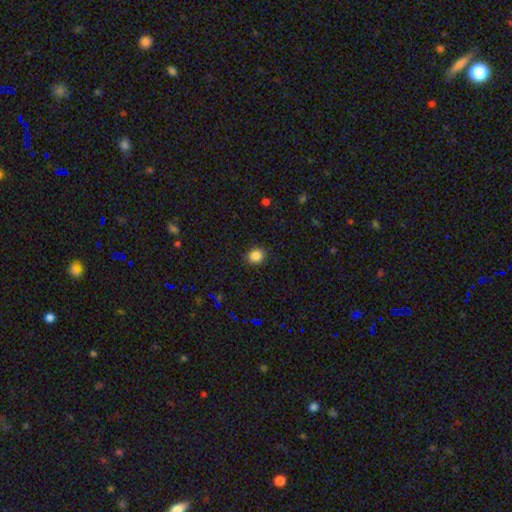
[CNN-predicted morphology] Smooth or featured?
  - smooth: 84% *
  - star or artifact: 12%
  - featured or disk: 4%
How rounded?
  - round: 77% *
  - in between: 22%
  - cigar-shaped: 1%
Merging?
  - none: 88% *
  - minor disturbance: 8%
  - major disturbance: 2%
  - merger: 1%